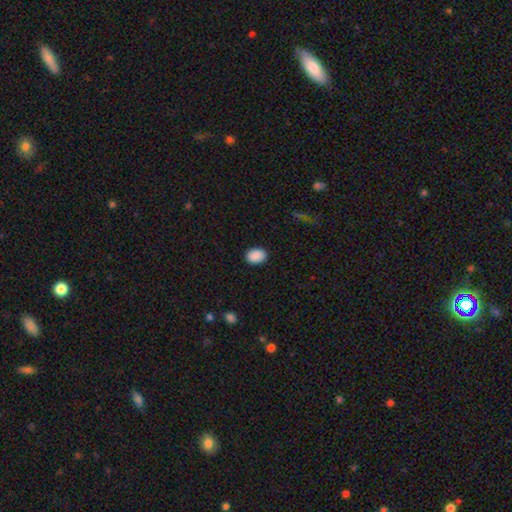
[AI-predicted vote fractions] Smooth or featured? smooth (90%)
How rounded? in between (73%)
Merging? none (89%)